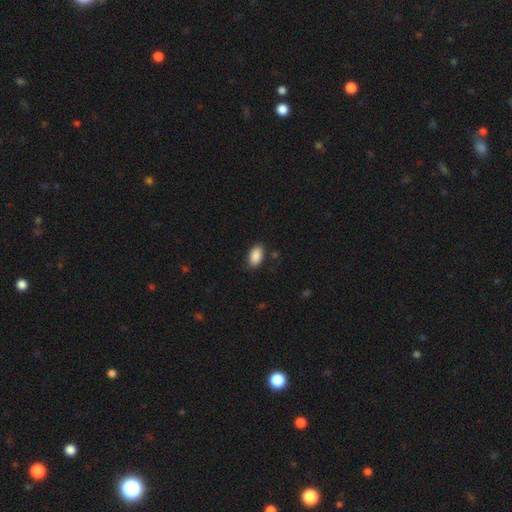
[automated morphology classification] A smooth galaxy with no disk features (89%) that is in between round and cigar-shaped (93%). Merging: none (85%).